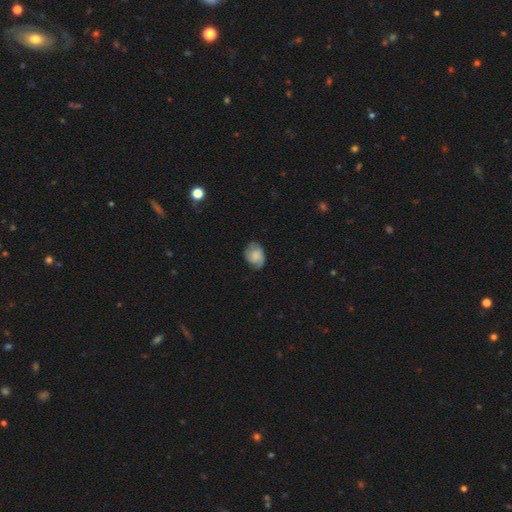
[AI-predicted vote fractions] Q: Smooth or featured?
A: smooth (48%); runner-up: featured or disk (44%)
Q: Merging?
A: none (65%); runner-up: minor disturbance (25%)